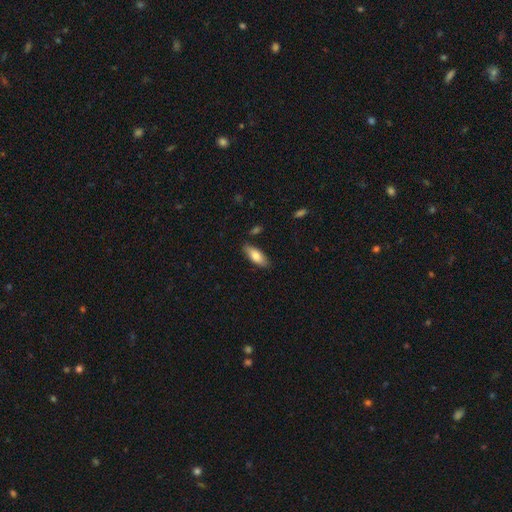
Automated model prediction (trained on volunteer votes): Smooth or featured: smooth — 79% (featured or disk — 15%)
How rounded: in between — 79% (cigar-shaped — 19%)
Merging: none — 82% (minor disturbance — 13%)